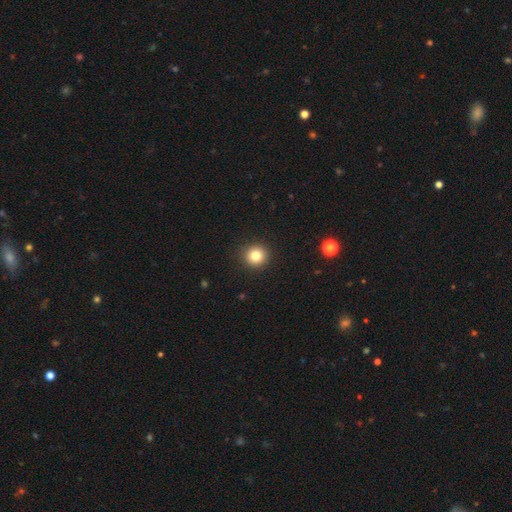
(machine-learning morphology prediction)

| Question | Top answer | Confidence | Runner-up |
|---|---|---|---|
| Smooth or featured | smooth | 81% | star or artifact (11%) |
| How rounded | round | 92% | in between (7%) |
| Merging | none | 92% | minor disturbance (5%) |